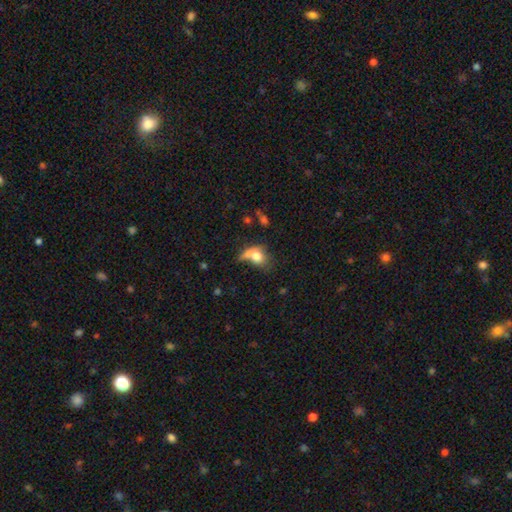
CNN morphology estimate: A smooth galaxy with no disk features (71%) that is in between round and cigar-shaped (58%).

Vote fractions:
- Smooth or featured? smooth: 71% / featured or disk: 19% / star or artifact: 10%
- How rounded? in between: 58% / round: 39% / cigar-shaped: 3%
- Merging? merger: 34% / none: 27% / major disturbance: 22% / minor disturbance: 16%